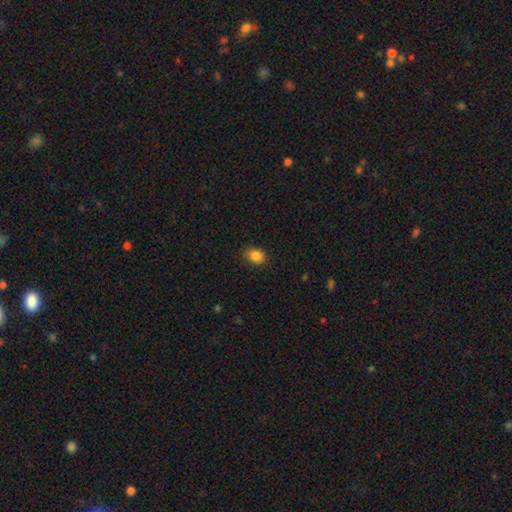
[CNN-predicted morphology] smooth_or_featured: smooth (p=0.85) [alt: star or artifact p=0.10]
how_rounded: in between (p=0.61) [alt: round p=0.38]
merging: none (p=0.86) [alt: minor disturbance p=0.11]